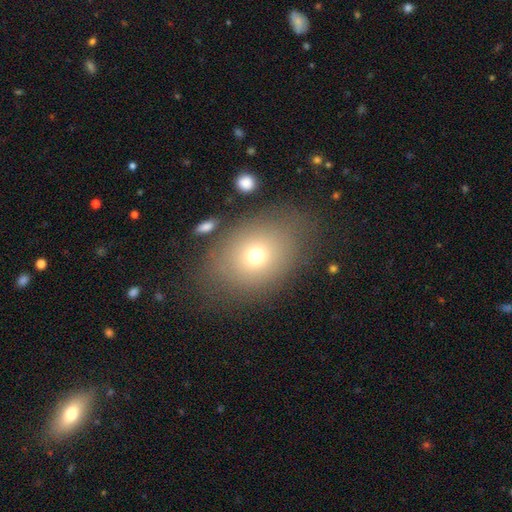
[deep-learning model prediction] smooth-or-featured: smooth: 70% | featured or disk: 15% | star or artifact: 14%
  how-rounded: in between: 60% | round: 39% | cigar-shaped: 1%
  merging: none: 73% | minor disturbance: 15% | major disturbance: 8% | merger: 4%